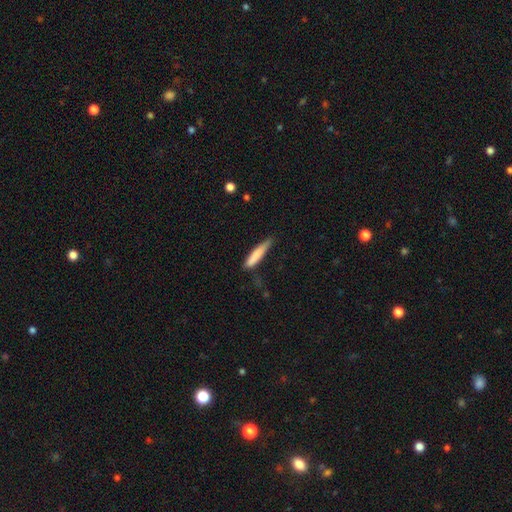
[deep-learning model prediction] Overall: smooth (78%). How rounded: cigar-shaped (89%). Merging: none (65%; minor disturbance 27%).